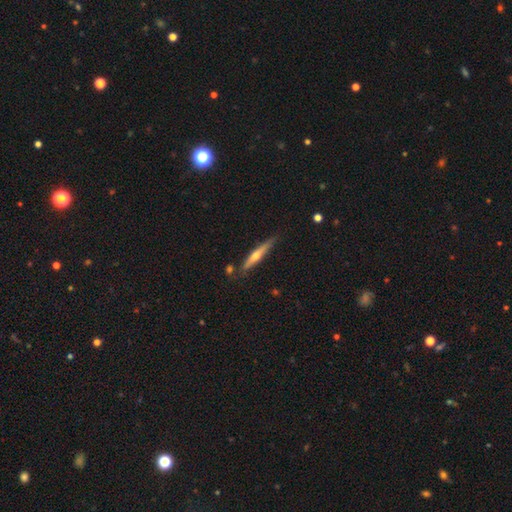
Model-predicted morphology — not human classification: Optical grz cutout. It shows a featured or disk galaxy (59%) viewed edge-on (96%) with a rounded central bulge (86%). Merging: none (80%).